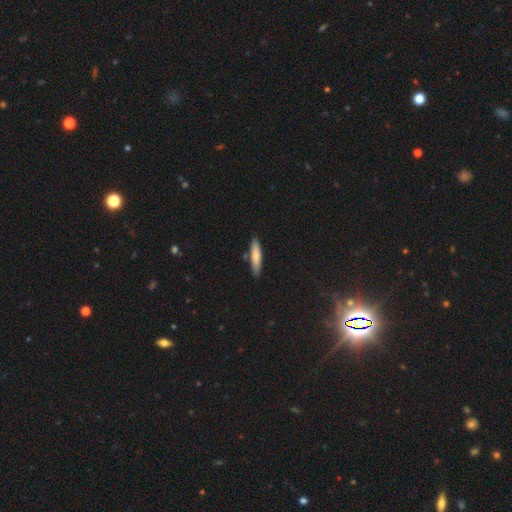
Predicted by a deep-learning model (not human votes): Smooth or featured? smooth (75%)
How rounded? cigar-shaped (80%)
Merging? none (84%)